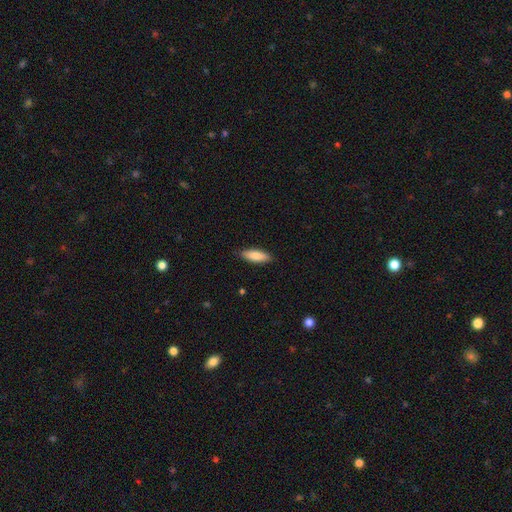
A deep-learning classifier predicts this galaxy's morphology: smooth-or-featured: smooth: 83% | featured or disk: 11% | star or artifact: 6%
  how-rounded: in between: 59% | cigar-shaped: 40% | round: 2%
  merging: none: 87% | minor disturbance: 10% | major disturbance: 2% | merger: 1%